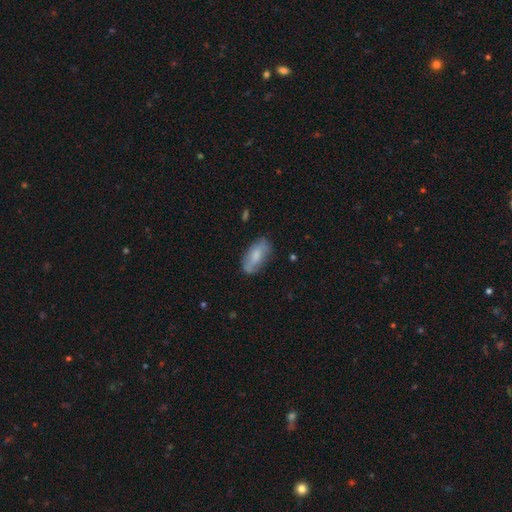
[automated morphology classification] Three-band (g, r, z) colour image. It shows a smooth galaxy with no disk features (70%) that is in between round and cigar-shaped (89%). Merging: none (70%).